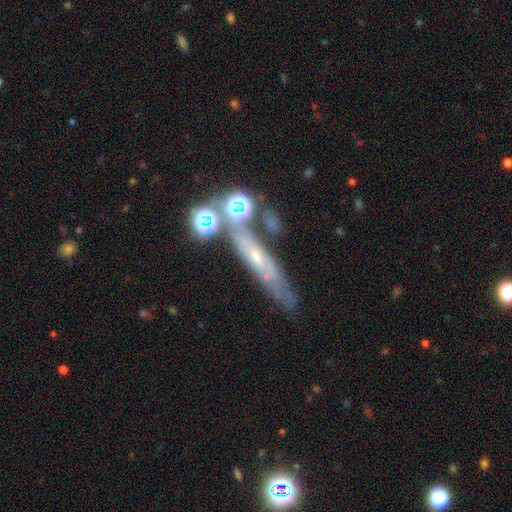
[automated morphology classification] Smooth or featured?
  - featured or disk: 52% *
  - smooth: 25%
  - star or artifact: 23%
Edge-on disk?
  - yes: 56% *
  - no: 44%
Merging?
  - none: 55% *
  - merger: 18%
  - minor disturbance: 17%
  - major disturbance: 10%